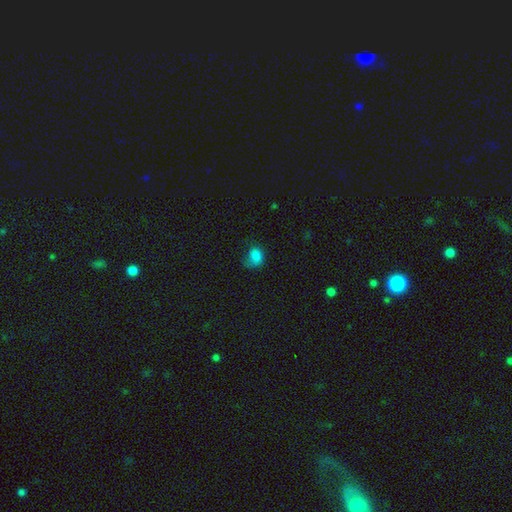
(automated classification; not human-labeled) smooth 76%, featured or disk 13%, star or artifact 11%. Down the decision tree: how rounded — in between (52%); merging — none (37%).